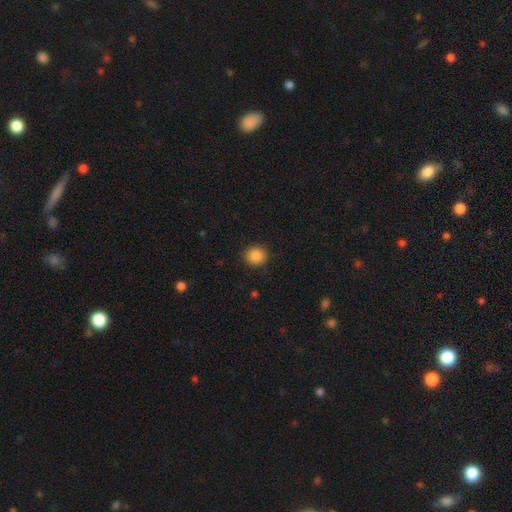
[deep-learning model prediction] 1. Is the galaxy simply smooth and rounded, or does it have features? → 87% smooth, 10% star or artifact, 3% featured or disk.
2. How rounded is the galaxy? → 89% round, 10% in between, 1% cigar-shaped.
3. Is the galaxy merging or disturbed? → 90% none, 6% minor disturbance, 2% major disturbance, 1% merger.